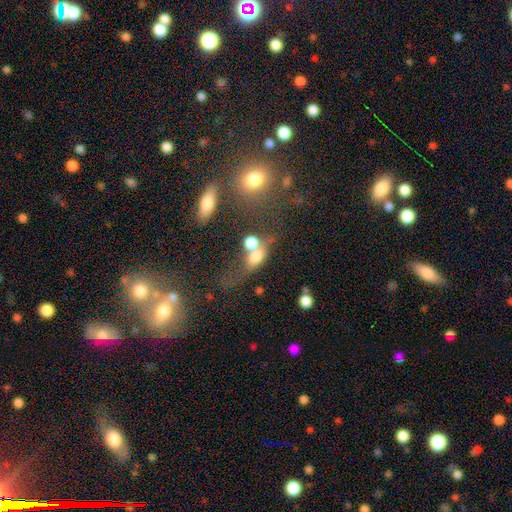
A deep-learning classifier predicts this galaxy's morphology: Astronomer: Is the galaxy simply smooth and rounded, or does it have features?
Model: smooth — 69%.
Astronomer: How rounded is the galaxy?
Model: in between — 64%.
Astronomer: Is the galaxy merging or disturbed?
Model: merger — 51%.